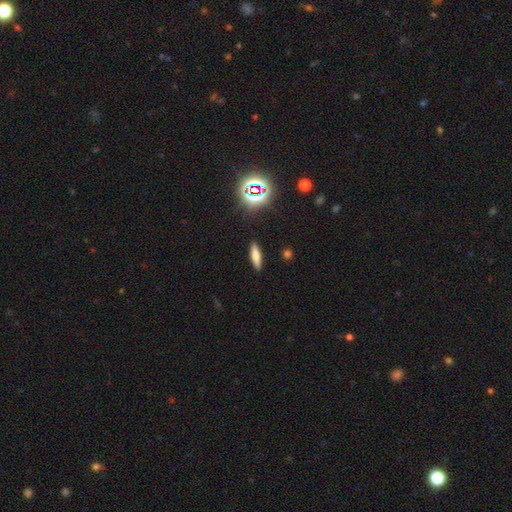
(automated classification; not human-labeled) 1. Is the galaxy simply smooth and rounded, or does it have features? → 68% smooth, 17% featured or disk, 15% star or artifact.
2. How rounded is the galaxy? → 67% cigar-shaped, 30% in between, 3% round.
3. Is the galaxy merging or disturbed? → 89% none, 8% minor disturbance, 2% major disturbance, 1% merger.